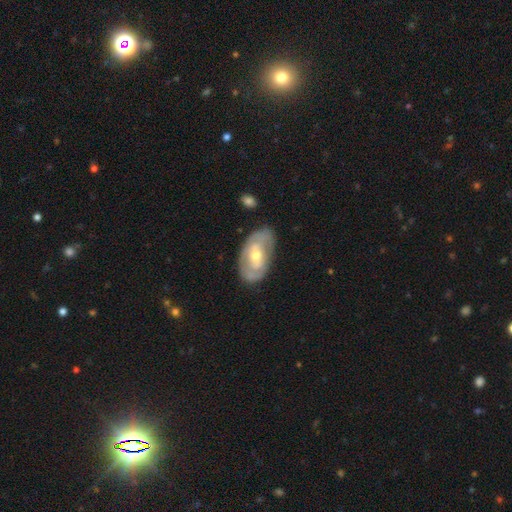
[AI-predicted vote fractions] Q: Smooth or featured?
A: featured or disk (69%); runner-up: smooth (26%)
Q: Edge-on disk?
A: no (92%); runner-up: yes (8%)
Q: Bar?
A: no (55%); runner-up: weak (34%)
Q: Spiral arms?
A: yes (63%); runner-up: no (37%)
Q: Bulge size?
A: moderate (61%); runner-up: small (34%)
Q: Merging?
A: none (72%); runner-up: minor disturbance (20%)